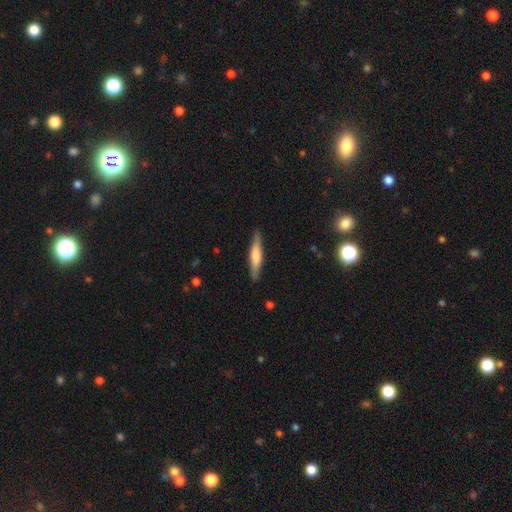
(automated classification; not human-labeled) smooth 56%, featured or disk 39%, star or artifact 5%. Down the decision tree: how rounded — cigar-shaped (86%); merging — none (87%).